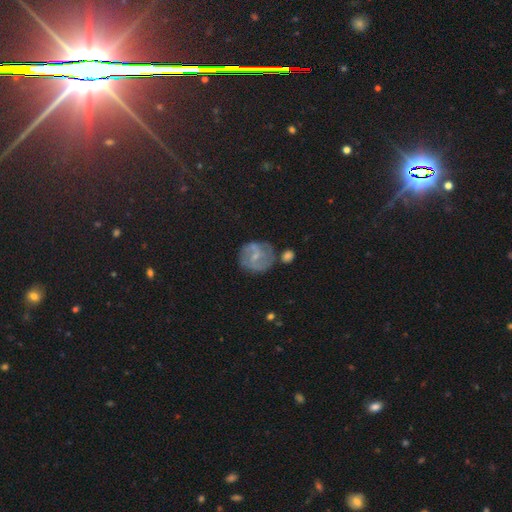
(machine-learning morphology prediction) A featured or disk galaxy (50%). Merging: none (59%).